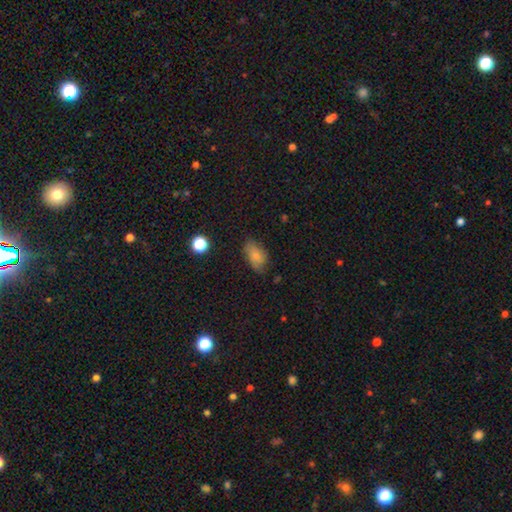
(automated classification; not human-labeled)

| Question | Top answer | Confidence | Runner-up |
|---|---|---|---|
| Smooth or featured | smooth | 70% | featured or disk (20%) |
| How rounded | in between | 89% | round (9%) |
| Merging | none | 62% | minor disturbance (28%) |